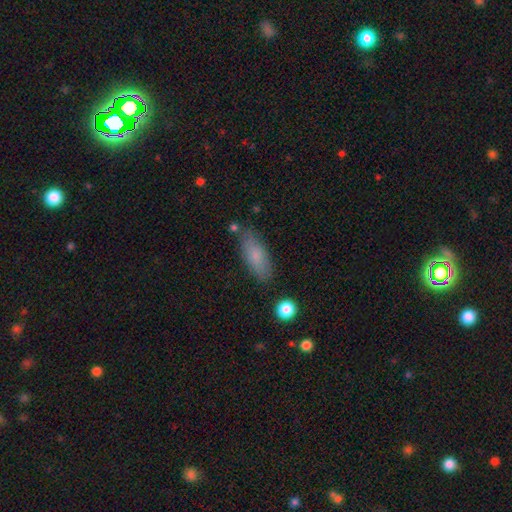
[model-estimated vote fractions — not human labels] This appears to be a smooth galaxy with no disk features (79%) that is in between round and cigar-shaped (69%). Merging: none (78%).